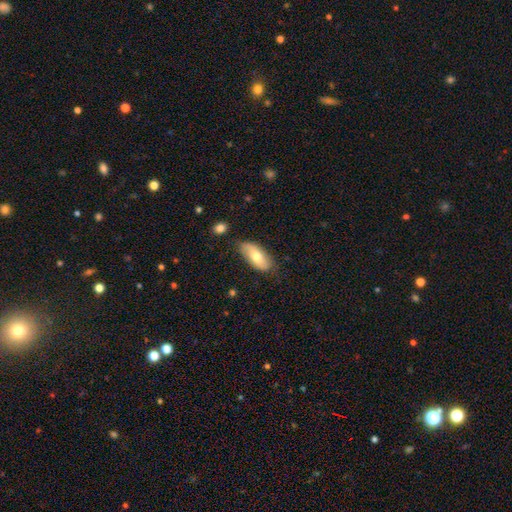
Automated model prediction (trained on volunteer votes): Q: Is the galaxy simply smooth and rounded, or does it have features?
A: smooth — 67%.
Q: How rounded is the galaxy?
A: in between — 87%.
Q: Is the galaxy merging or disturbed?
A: none — 75%.